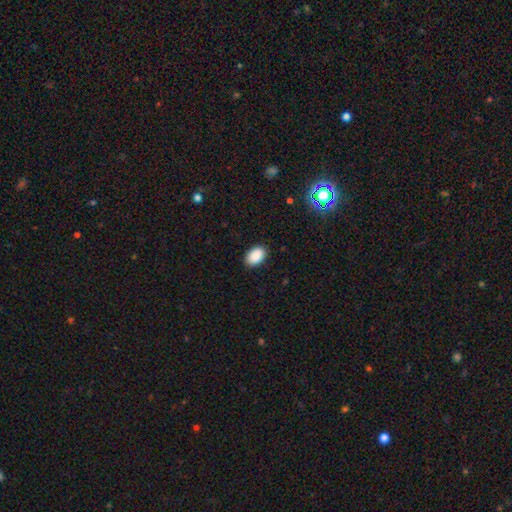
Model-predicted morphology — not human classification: Smooth or featured? smooth (90%)
How rounded? in between (89%)
Merging? none (89%)